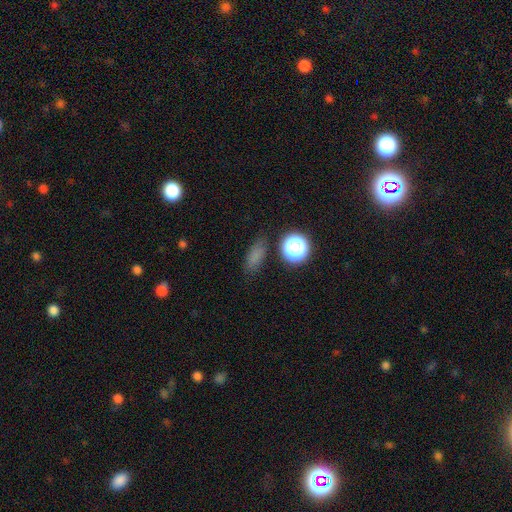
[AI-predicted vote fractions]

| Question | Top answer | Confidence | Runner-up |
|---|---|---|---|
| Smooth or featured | smooth | 76% | star or artifact (17%) |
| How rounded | in between | 64% | cigar-shaped (19%) |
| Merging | none | 78% | minor disturbance (15%) |